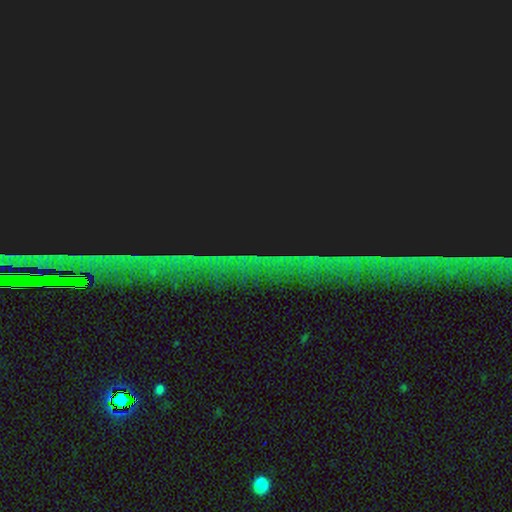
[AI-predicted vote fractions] Q: Smooth or featured?
A: star or artifact (88%); runner-up: featured or disk (7%)